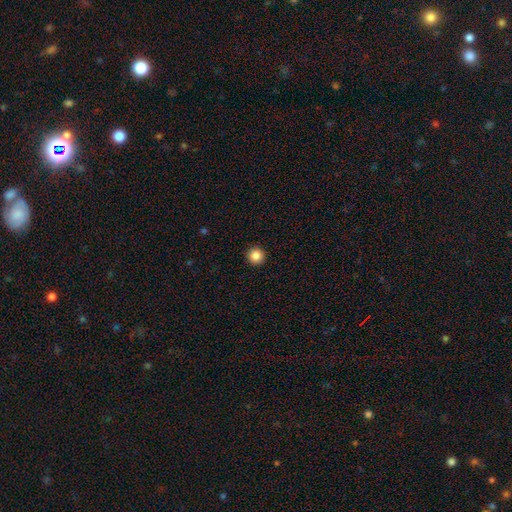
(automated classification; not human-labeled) Morphology: type=smooth (86%); roundness=round (96%); merging=none (94%).